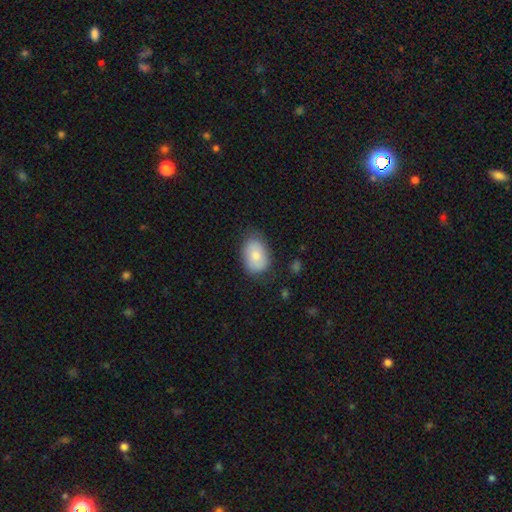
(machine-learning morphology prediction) This appears to be a smooth galaxy with no disk features (78%) that is in between round and cigar-shaped (81%). Merging: none (74%).